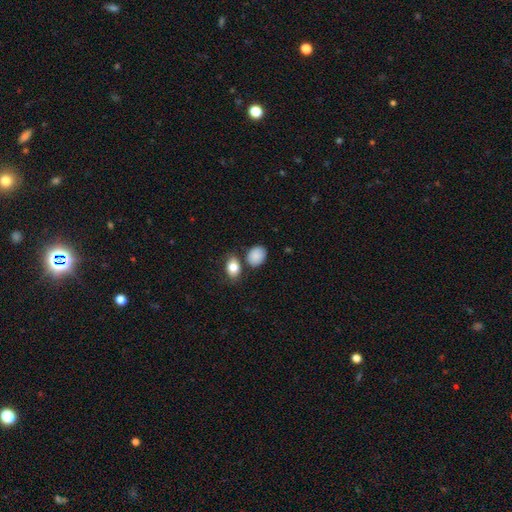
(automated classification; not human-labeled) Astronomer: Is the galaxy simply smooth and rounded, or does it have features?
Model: smooth — 87%.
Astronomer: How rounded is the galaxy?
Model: in between — 59% (runner-up: round, 40%).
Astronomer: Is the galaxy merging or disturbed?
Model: none — 70%.